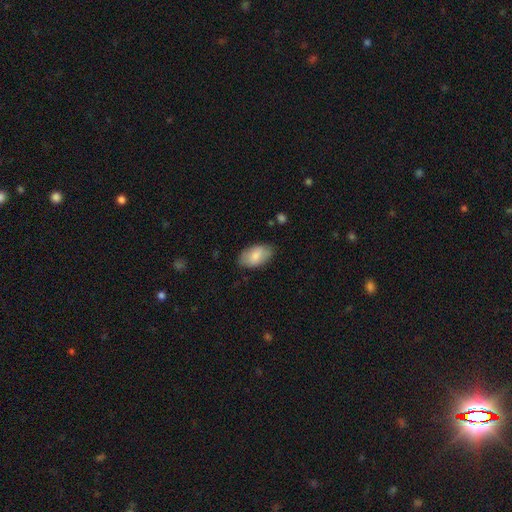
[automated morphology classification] Overall: smooth (79%). How rounded: in between (94%). Merging: none (81%).